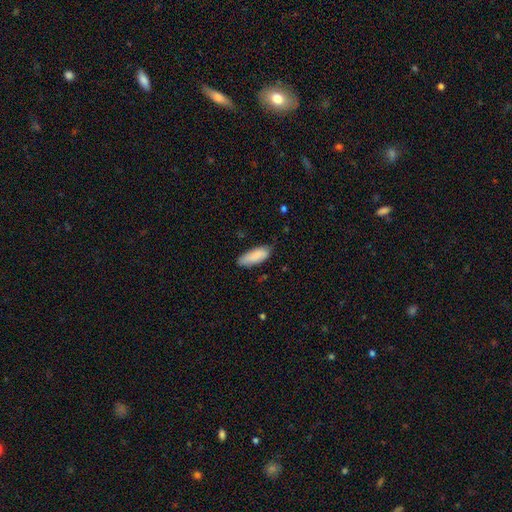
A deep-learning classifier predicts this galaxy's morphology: Smooth or featured?
  - smooth: 87% *
  - featured or disk: 7%
  - star or artifact: 6%
How rounded?
  - in between: 73% *
  - cigar-shaped: 25%
  - round: 2%
Merging?
  - none: 70% *
  - minor disturbance: 25%
  - major disturbance: 4%
  - merger: 1%